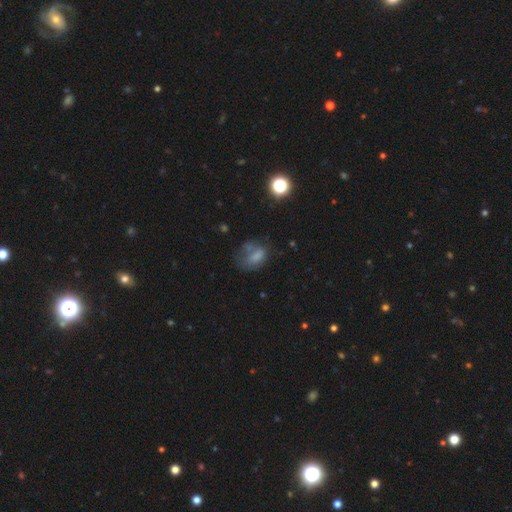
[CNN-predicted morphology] Smooth or featured?
  - smooth: 66% *
  - featured or disk: 20%
  - star or artifact: 14%
How rounded?
  - in between: 78% *
  - round: 19%
  - cigar-shaped: 3%
Merging?
  - none: 33% *
  - major disturbance: 28%
  - minor disturbance: 26%
  - merger: 13%